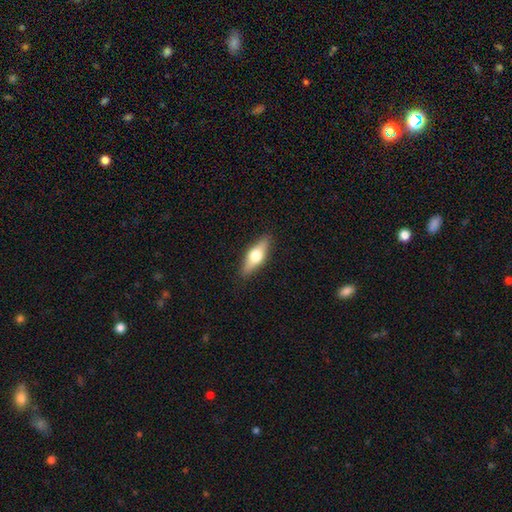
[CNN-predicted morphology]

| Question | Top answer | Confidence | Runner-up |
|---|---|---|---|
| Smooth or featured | smooth | 50% | featured or disk (44%) |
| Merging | none | 88% | minor disturbance (9%) |